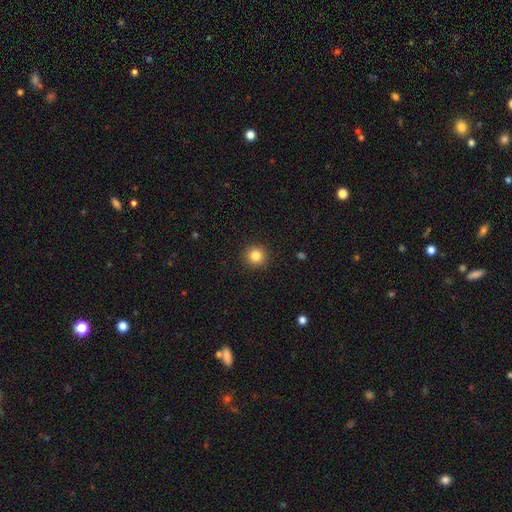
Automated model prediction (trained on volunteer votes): This appears to be a smooth galaxy with no disk features (84%) that is round (94%). Merging: none (92%).